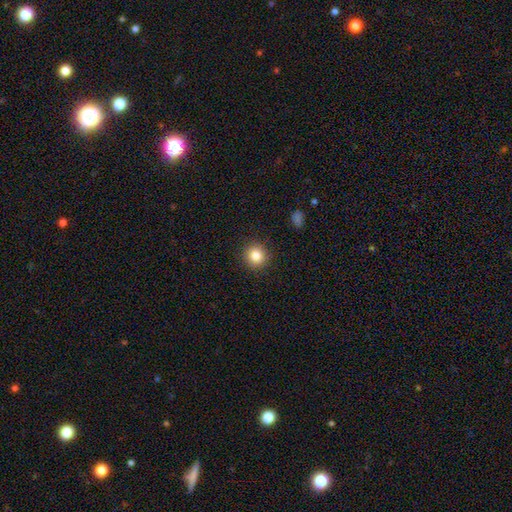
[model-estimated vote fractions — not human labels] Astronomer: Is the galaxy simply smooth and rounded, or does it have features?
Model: smooth — 84%.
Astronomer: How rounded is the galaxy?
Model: round — 90%.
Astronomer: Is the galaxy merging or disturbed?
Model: none — 90%.